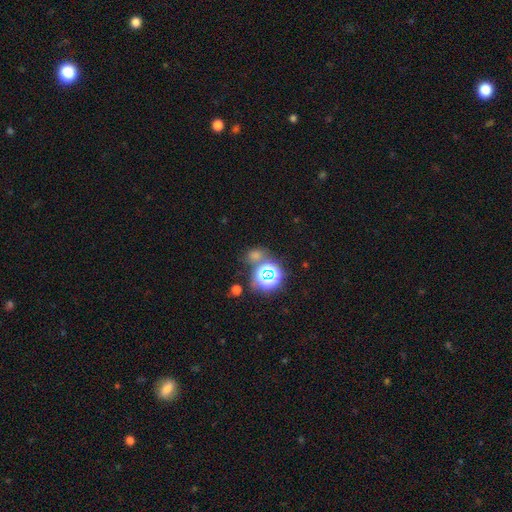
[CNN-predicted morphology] A star or artifact, not a galaxy (53%).

Vote fractions:
- Smooth or featured? star or artifact: 53% / smooth: 38% / featured or disk: 9%